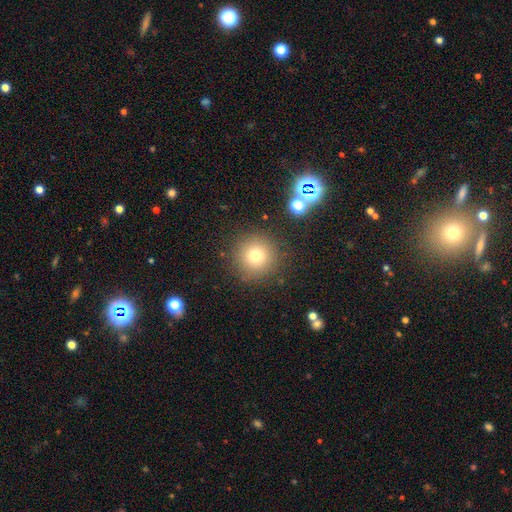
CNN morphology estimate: type=smooth (75%); roundness=round (95%); merging=none (87%).